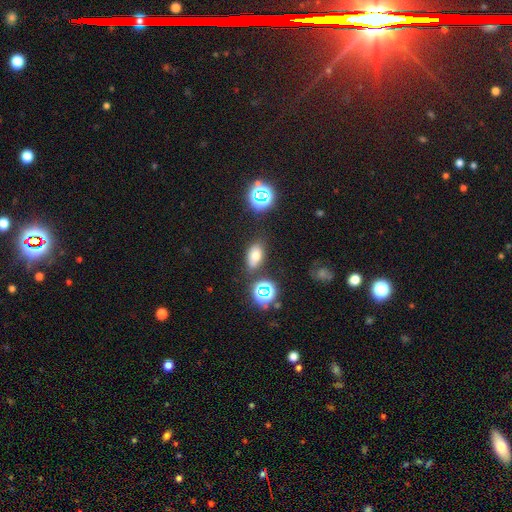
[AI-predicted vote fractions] Morphology: type=smooth (67%); roundness=in between (83%); merging=none (77%).